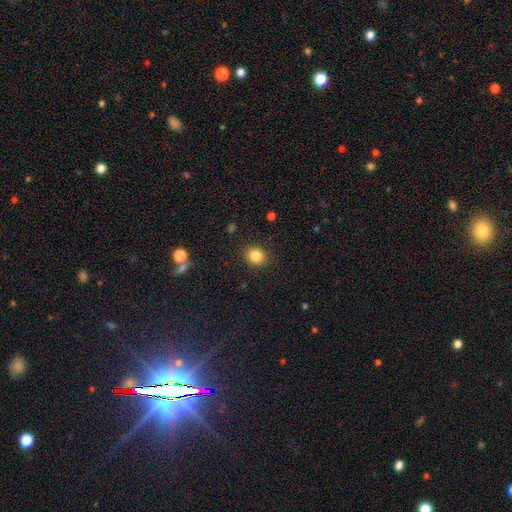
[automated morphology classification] Overall: smooth (84%). How rounded: round (74%). Merging: none (88%).